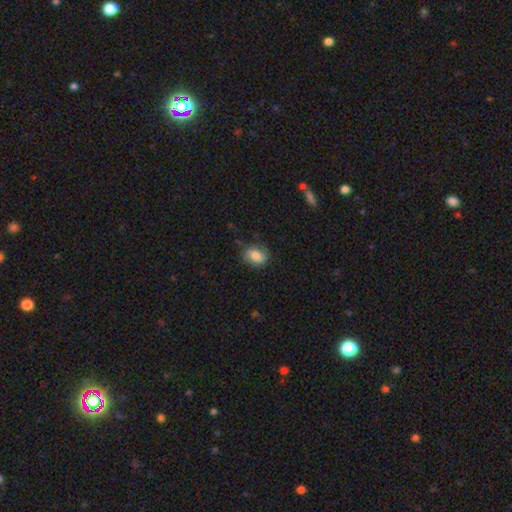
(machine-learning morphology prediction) Smooth or featured? smooth (83%)
How rounded? in between (66%)
Merging? none (75%)